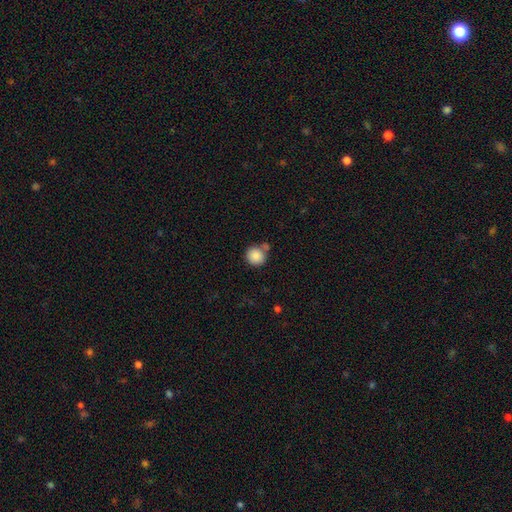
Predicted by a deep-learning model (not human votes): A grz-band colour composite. It shows a smooth galaxy with no disk features (87%) that is round (92%). Merging: none (65%).